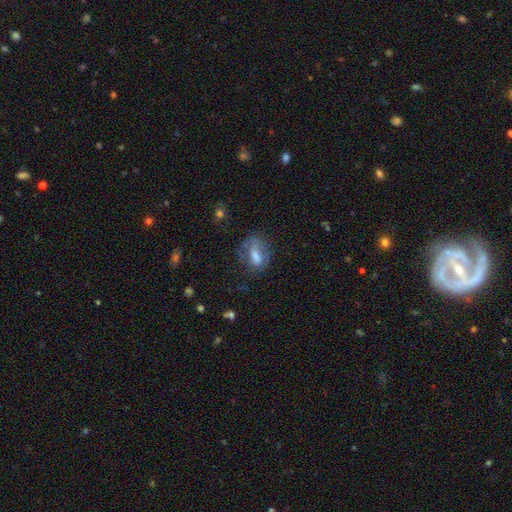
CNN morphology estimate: smooth_or_featured: smooth (p=0.53) [alt: featured or disk p=0.34]
how_rounded: in between (p=0.74) [alt: cigar-shaped p=0.13]
merging: none (p=0.55) [alt: minor disturbance p=0.24]